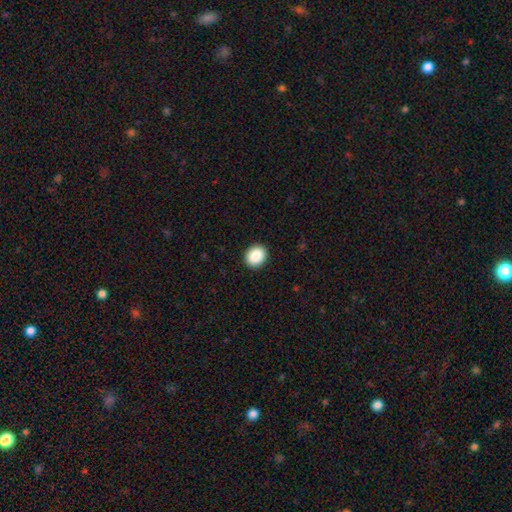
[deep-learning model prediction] Smooth or featured?
  - smooth: 88% *
  - star or artifact: 8%
  - featured or disk: 4%
How rounded?
  - round: 62% *
  - in between: 38%
  - cigar-shaped: 1%
Merging?
  - none: 92% *
  - minor disturbance: 6%
  - major disturbance: 2%
  - merger: 1%